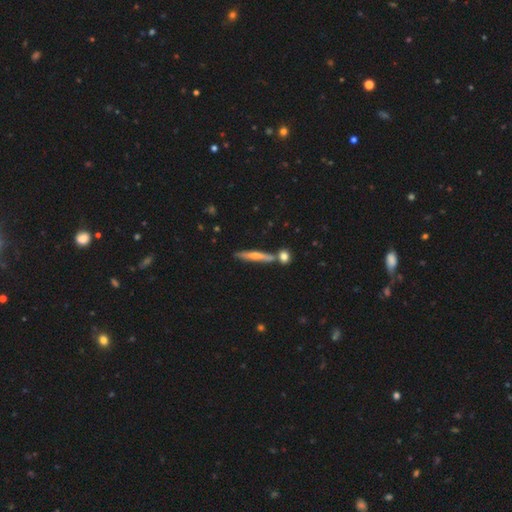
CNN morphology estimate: type=smooth (49%); merging=none (72%).